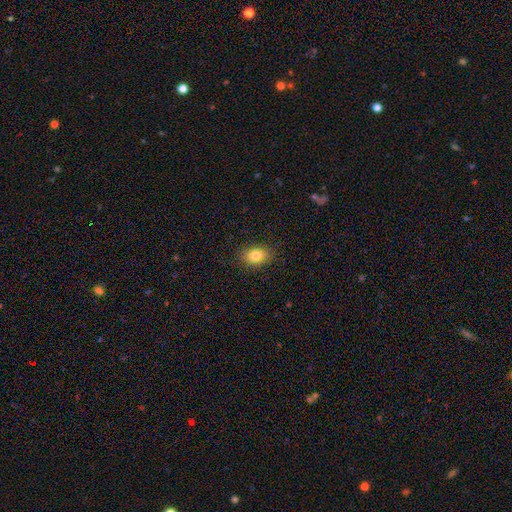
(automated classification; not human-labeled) This appears to be a smooth galaxy with no disk features (84%) that is in between round and cigar-shaped (73%). Merging: none (87%).